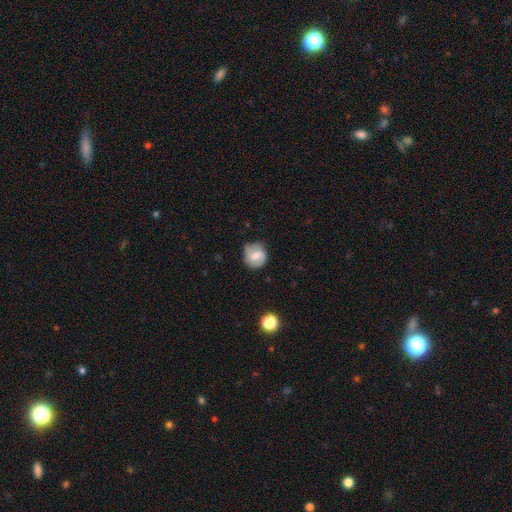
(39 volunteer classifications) This is possibly a featured or disk galaxy (54%). It is clearly not viewed edge-on (100%). Bar: possibly weak (48%). Spiral arm pattern: clearly yes (86%). Spiral arm count: possibly 2 (56%). Spiral winding: marginally tight (44%, tied with medium). Central bulge: possibly moderate (57%). Merging: possibly none (51%).